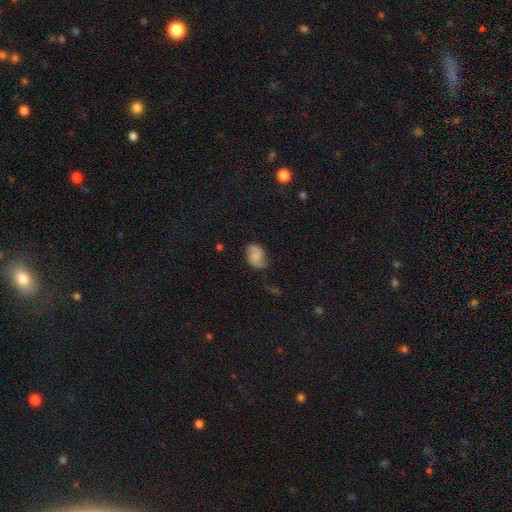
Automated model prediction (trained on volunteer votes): Morphology: type=featured or disk (52%); edge-on=no (97%); bar=no (55%); spiral arms=yes (91%); bulge=none (52%); merging=none (68%).